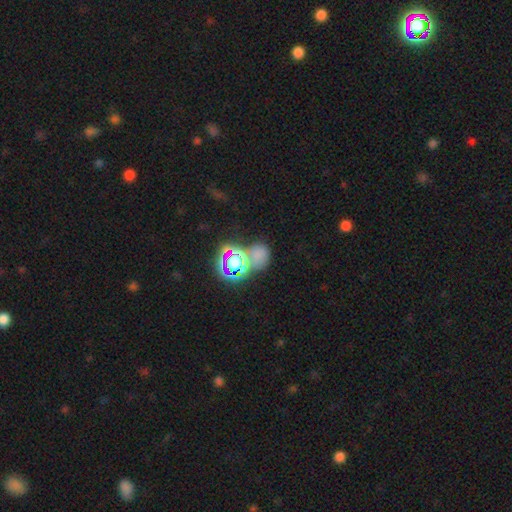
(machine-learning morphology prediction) Smooth or featured? Predicted: smooth (p=0.45). Merging? Predicted: none (p=0.47).